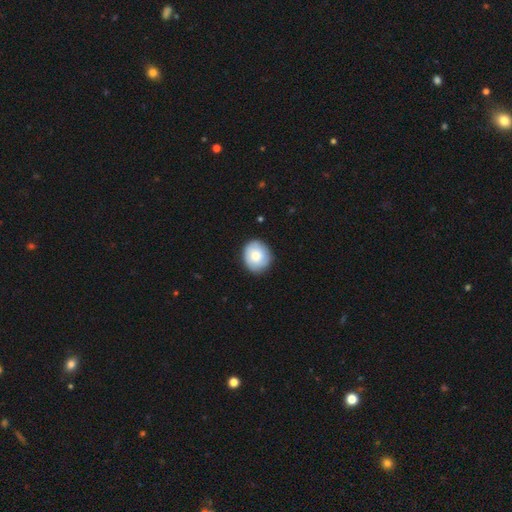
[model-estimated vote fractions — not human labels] The model was most divided on "how rounded": round: 69%, in between: 30%, cigar-shaped: 1%. More confident: merging — none (86%); smooth or featured — smooth (80%).